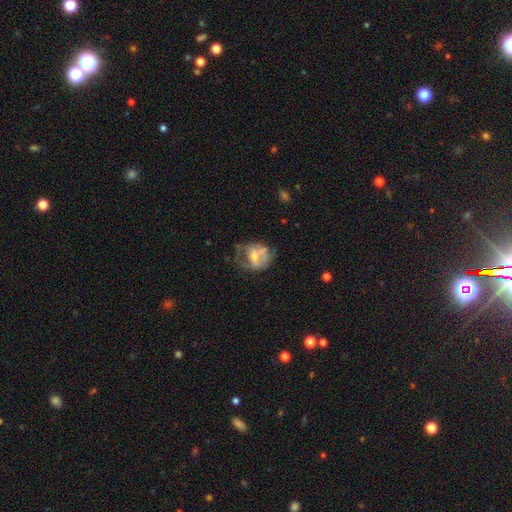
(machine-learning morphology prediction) Smooth or featured? Predicted: featured or disk (p=0.54). Edge-on disk? Predicted: no (p=0.97). Bar? Predicted: no (p=0.62). Spiral arms? Predicted: no (p=0.71). Bulge size? Predicted: moderate (p=0.46). Merging? Predicted: none (p=0.35).